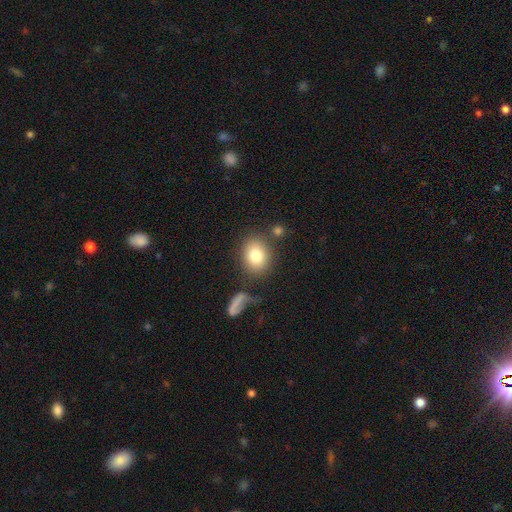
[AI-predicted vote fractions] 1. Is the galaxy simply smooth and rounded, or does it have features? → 80% smooth, 11% featured or disk, 9% star or artifact.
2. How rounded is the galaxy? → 53% round, 46% in between, 1% cigar-shaped.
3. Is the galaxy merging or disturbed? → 75% none, 12% minor disturbance, 8% merger, 6% major disturbance.